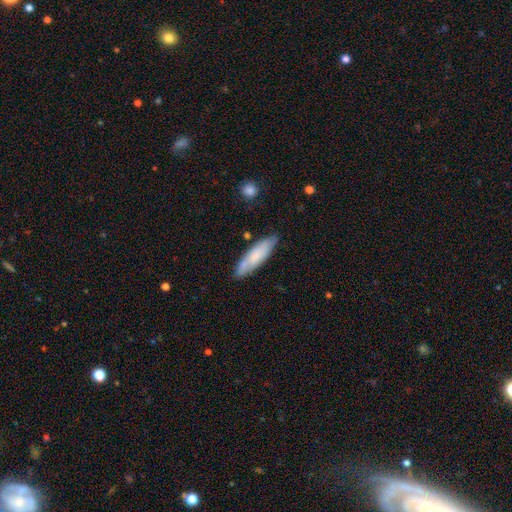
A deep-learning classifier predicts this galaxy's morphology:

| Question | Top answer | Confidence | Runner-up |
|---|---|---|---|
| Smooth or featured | smooth | 68% | featured or disk (26%) |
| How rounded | cigar-shaped | 62% | in between (36%) |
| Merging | none | 76% | minor disturbance (17%) |